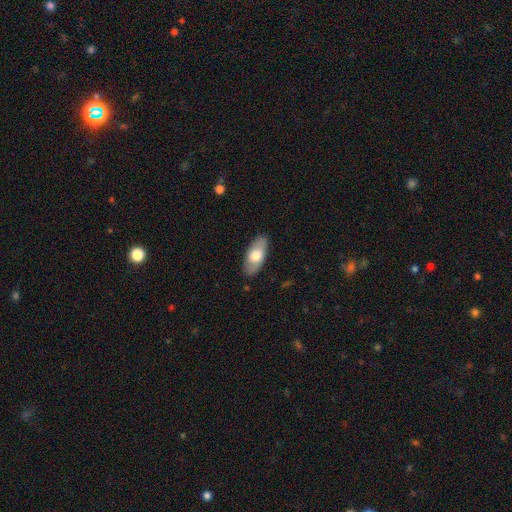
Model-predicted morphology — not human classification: smooth_or_featured: smooth (p=0.66) [alt: featured or disk p=0.28]
how_rounded: in between (p=0.88) [alt: cigar-shaped p=0.09]
merging: none (p=0.86) [alt: minor disturbance p=0.11]